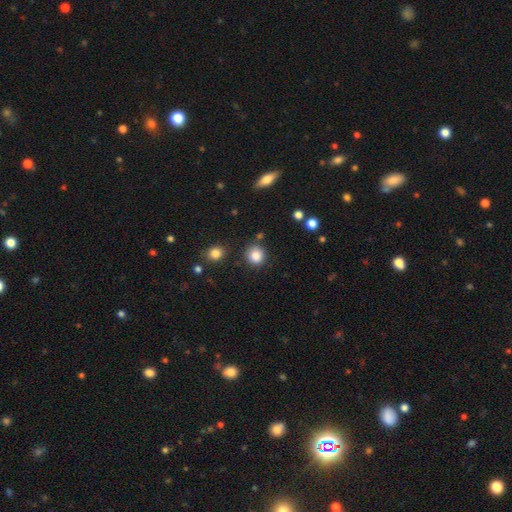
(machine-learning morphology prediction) Smooth or featured? smooth (85%)
How rounded? round (90%)
Merging? none (84%)